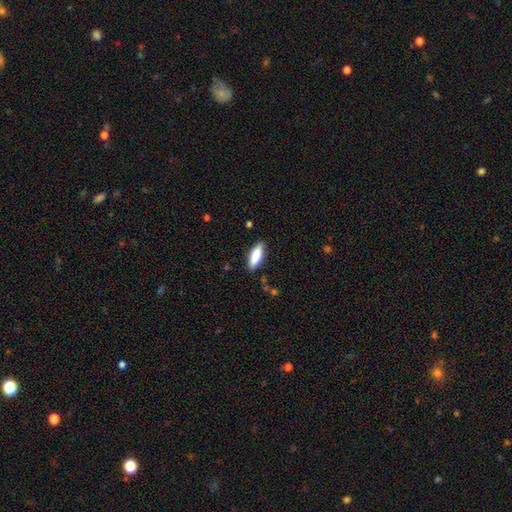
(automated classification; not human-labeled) smooth-or-featured: smooth: 83% | featured or disk: 11% | star or artifact: 6%
  how-rounded: in between: 63% | cigar-shaped: 35% | round: 2%
  merging: none: 86% | minor disturbance: 10% | major disturbance: 2% | merger: 1%